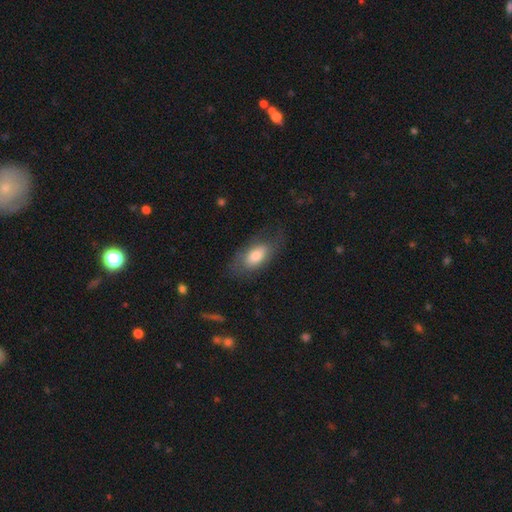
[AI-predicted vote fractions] smooth 69%, featured or disk 25%, star or artifact 7%. Down the decision tree: how rounded — in between (89%); merging — none (62%).